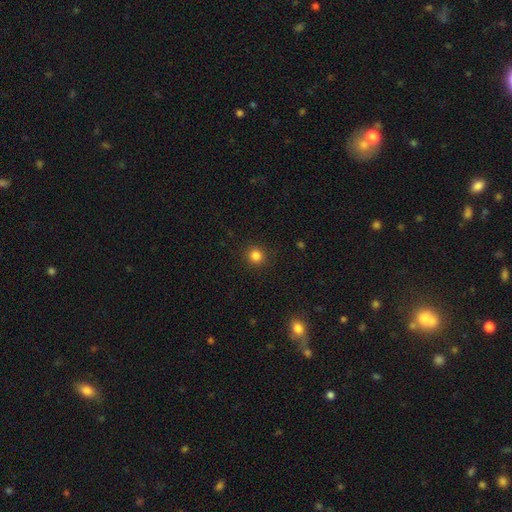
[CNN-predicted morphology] This appears to be a smooth galaxy with no disk features (84%) that is round (93%). Merging: none (91%).